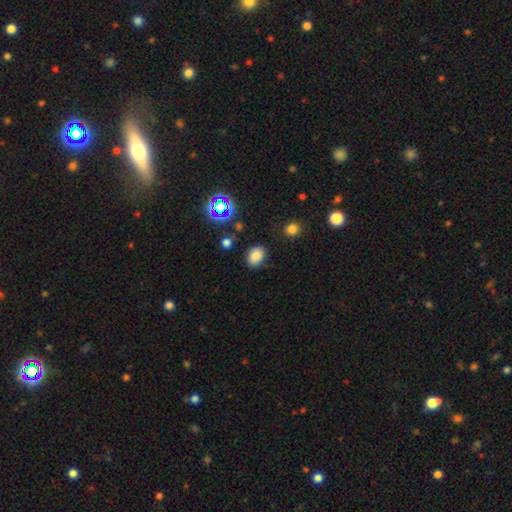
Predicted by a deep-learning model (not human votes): Smooth or featured? smooth (80%)
How rounded? in between (65%)
Merging? none (80%)